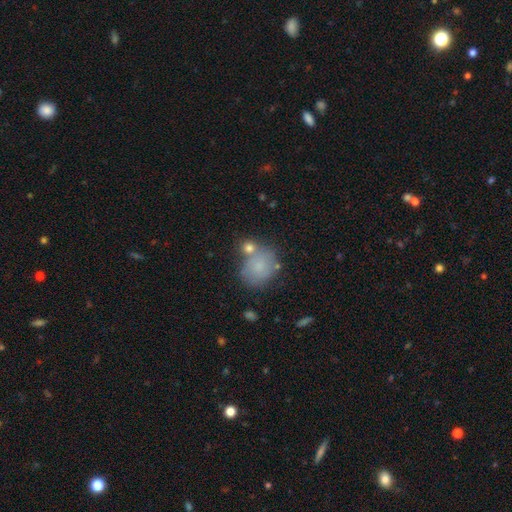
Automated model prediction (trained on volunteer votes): smooth-or-featured: smooth: 65% | featured or disk: 19% | star or artifact: 16%
  how-rounded: round: 73% | in between: 26% | cigar-shaped: 1%
  merging: none: 60% | minor disturbance: 17% | merger: 17% | major disturbance: 6%